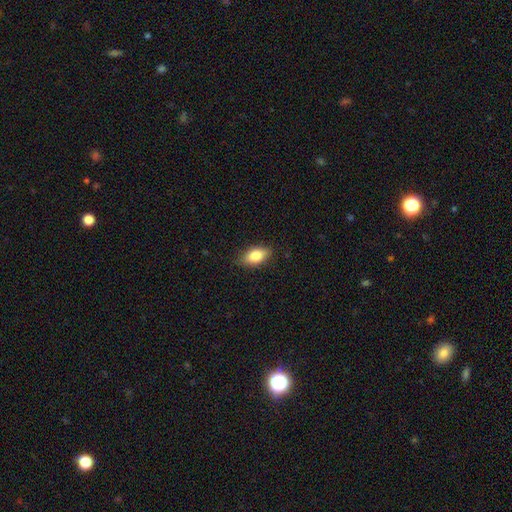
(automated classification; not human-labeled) smooth-or-featured: smooth: 82% | featured or disk: 11% | star or artifact: 7%
  how-rounded: in between: 89% | round: 6% | cigar-shaped: 5%
  merging: none: 84% | minor disturbance: 13% | major disturbance: 2% | merger: 1%